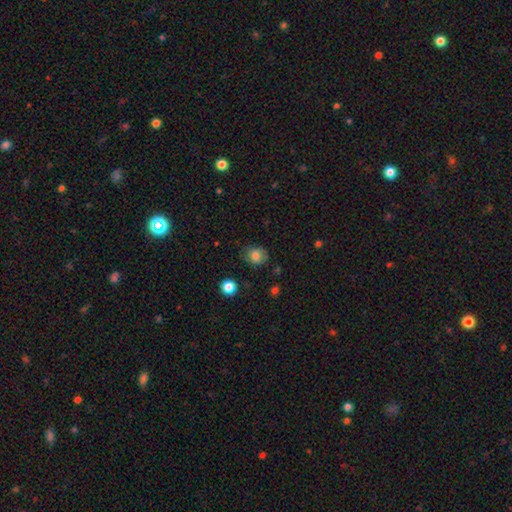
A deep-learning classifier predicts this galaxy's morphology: Overall: smooth (78%). How rounded: round (63%; in between 37%). Merging: none (76%).